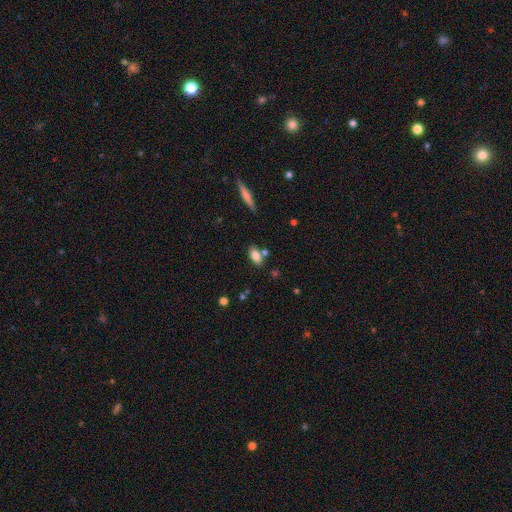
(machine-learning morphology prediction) type=smooth (81%); roundness=in between (87%); merging=none (68%).